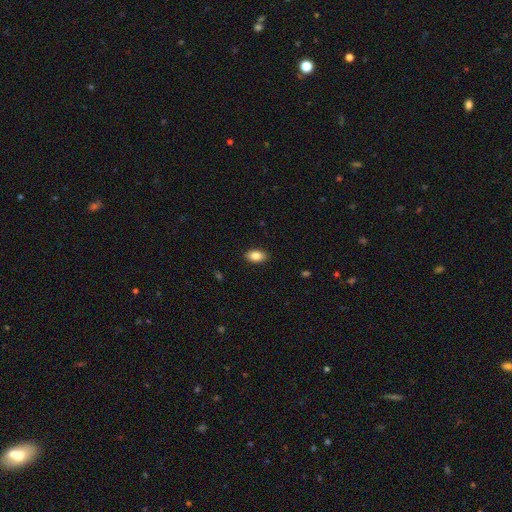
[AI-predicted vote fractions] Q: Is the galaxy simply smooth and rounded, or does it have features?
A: smooth — 86%.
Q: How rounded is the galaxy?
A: in between — 92%.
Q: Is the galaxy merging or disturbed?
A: none — 89%.